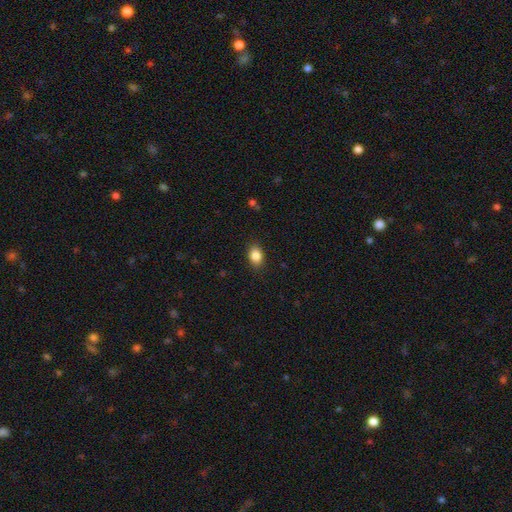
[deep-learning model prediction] Morphology: type=smooth (86%); roundness=in between (74%); merging=none (87%).